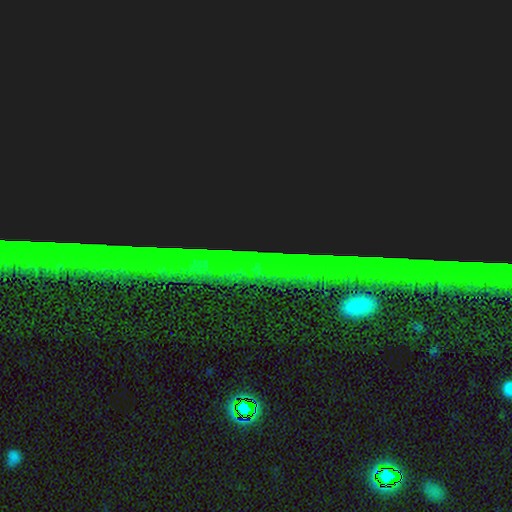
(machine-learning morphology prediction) Smooth or featured? Predicted: star or artifact (p=0.83).